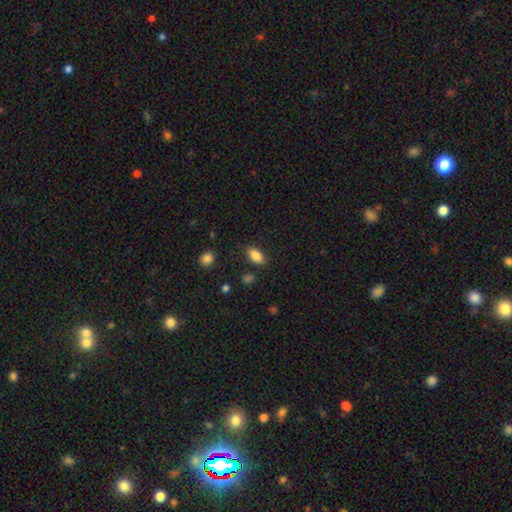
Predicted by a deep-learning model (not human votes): A smooth galaxy with no disk features (87%) that is in between round and cigar-shaped (90%).

Vote fractions:
- Smooth or featured? smooth: 87% / star or artifact: 8% / featured or disk: 5%
- How rounded? in between: 90% / cigar-shaped: 5% / round: 4%
- Merging? none: 84% / minor disturbance: 11% / major disturbance: 3% / merger: 2%